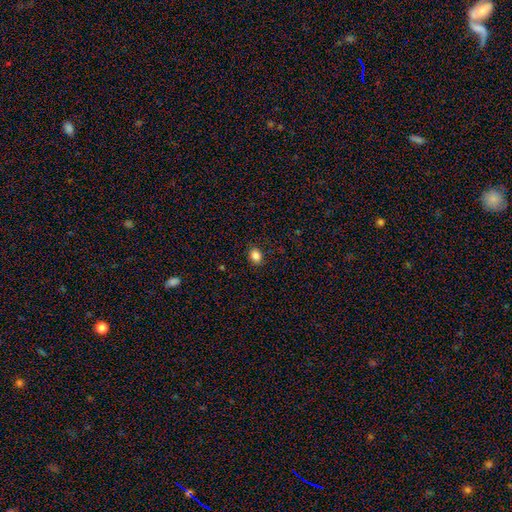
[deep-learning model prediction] Morphology: type=smooth (86%); roundness=in between (59%); merging=none (87%).